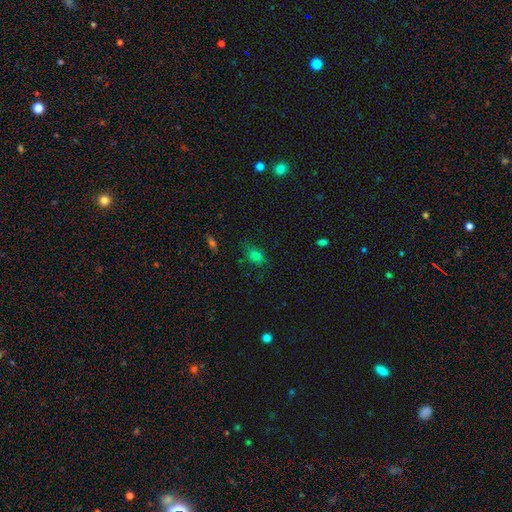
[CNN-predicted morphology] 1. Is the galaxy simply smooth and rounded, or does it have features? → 67% smooth, 24% star or artifact, 9% featured or disk.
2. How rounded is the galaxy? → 78% in between, 16% round, 5% cigar-shaped.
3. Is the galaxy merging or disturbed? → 69% none, 20% minor disturbance, 8% major disturbance, 2% merger.